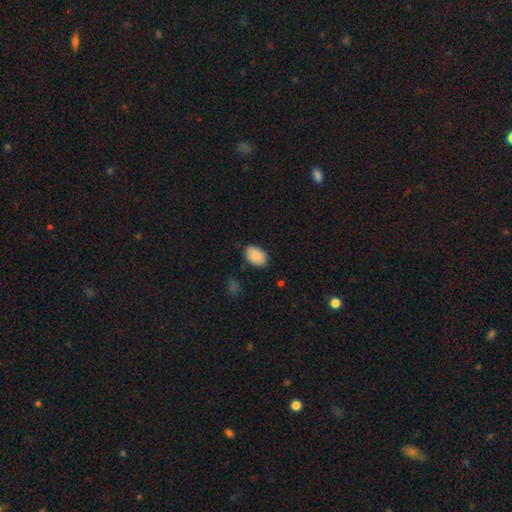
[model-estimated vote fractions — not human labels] Smooth or featured: smooth — 89% (star or artifact — 7%)
How rounded: in between — 90% (round — 9%)
Merging: none — 82% (minor disturbance — 14%)